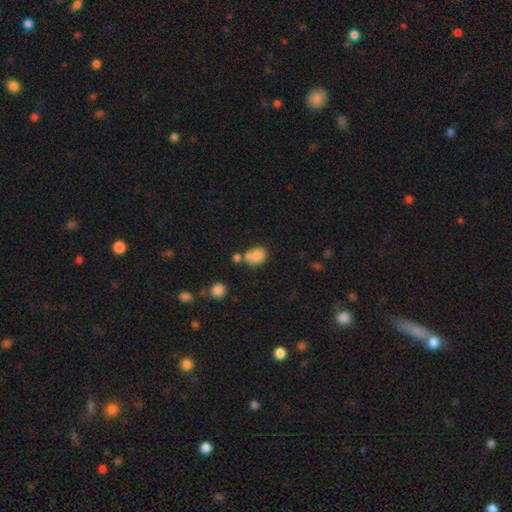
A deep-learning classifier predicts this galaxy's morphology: Smooth or featured? smooth (80%)
How rounded? round (52%)
Merging? none (46%)